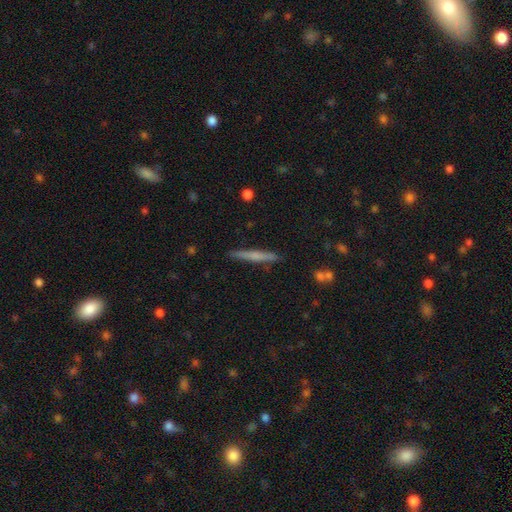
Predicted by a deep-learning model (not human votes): This appears to be a smooth galaxy with no disk features (53%) that is cigar-shaped (95%). Merging: none (89%).